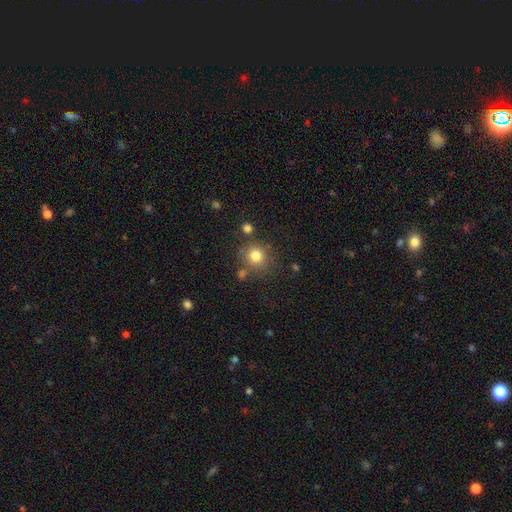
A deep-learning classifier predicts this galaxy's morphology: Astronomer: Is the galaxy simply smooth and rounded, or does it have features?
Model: smooth — 80%.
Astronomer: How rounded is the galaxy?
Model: round — 91%.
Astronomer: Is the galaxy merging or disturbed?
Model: none — 78%.